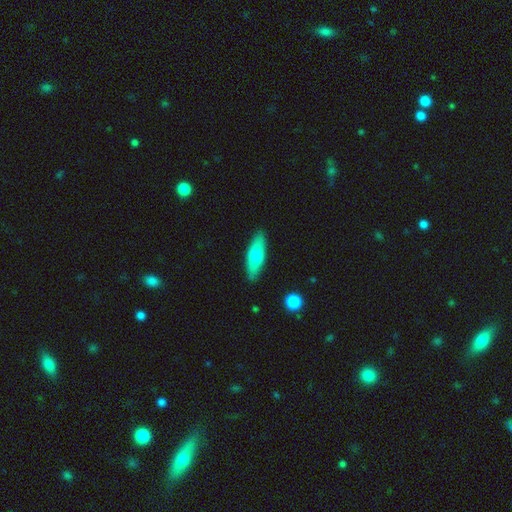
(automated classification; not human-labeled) A smooth galaxy with no disk features (66%) that is in between round and cigar-shaped (58%). Merging: none (86%).